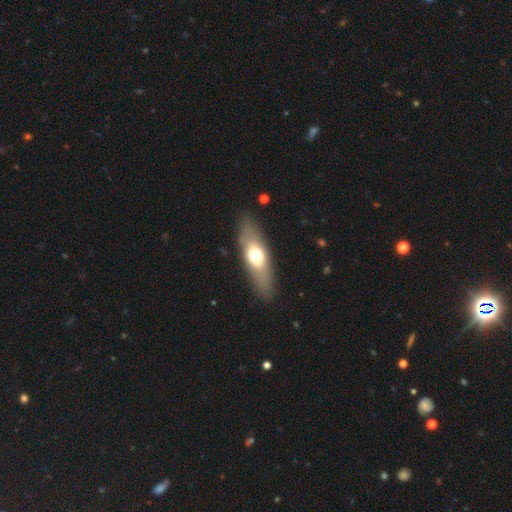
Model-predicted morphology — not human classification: A smooth galaxy with no disk features (58%) that is in between round and cigar-shaped (61%). Merging: none (85%).